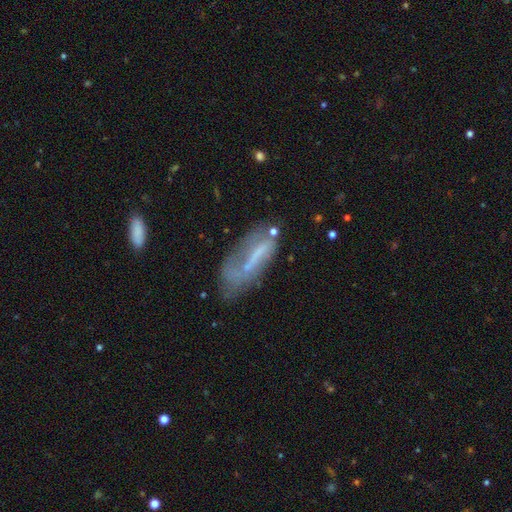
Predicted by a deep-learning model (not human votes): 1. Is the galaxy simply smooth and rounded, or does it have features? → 58% featured or disk, 32% smooth, 10% star or artifact.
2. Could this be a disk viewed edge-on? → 79% no, 21% yes.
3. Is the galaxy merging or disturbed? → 49% none, 27% minor disturbance, 19% major disturbance, 5% merger.